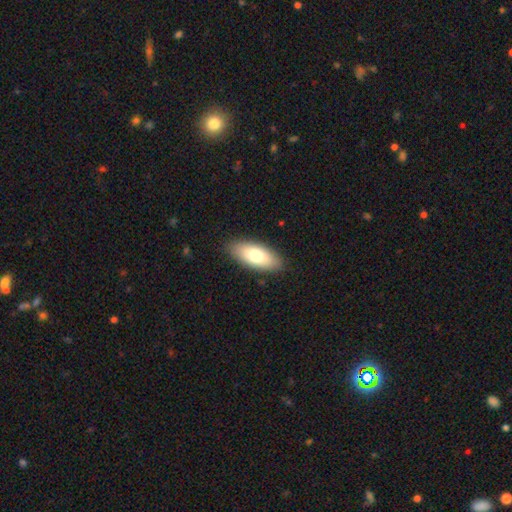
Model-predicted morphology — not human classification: Smooth or featured? Predicted: smooth (p=0.74). How rounded? Predicted: in between (p=0.84). Merging? Predicted: none (p=0.88).